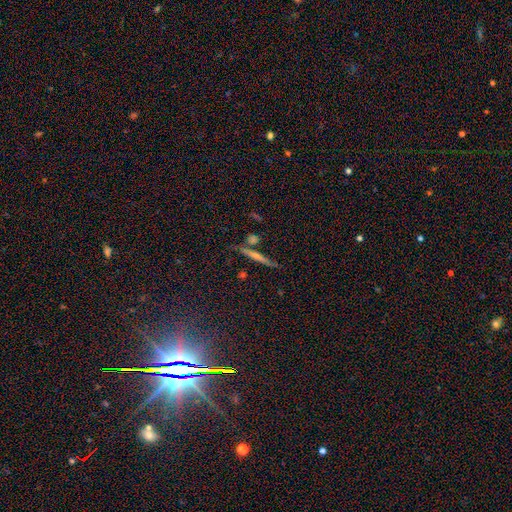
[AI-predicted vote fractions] Q: Smooth or featured?
A: featured or disk (49%); runner-up: smooth (39%)
Q: Merging?
A: none (78%); runner-up: minor disturbance (11%)